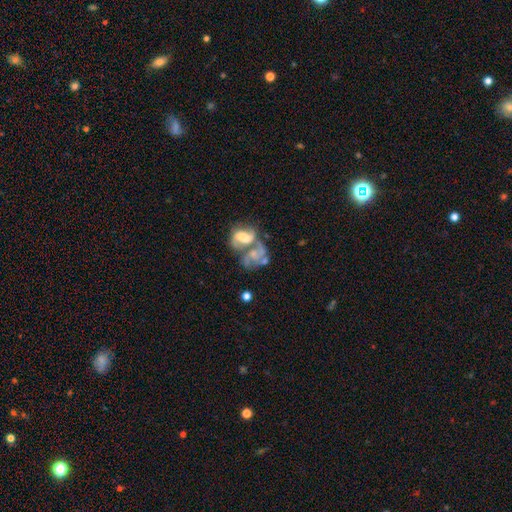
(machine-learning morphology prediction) A featured or disk galaxy (60%) with no bar (68%), no spiral arms (51%) and a moderate central bulge (33%). Merging: merger (58%).